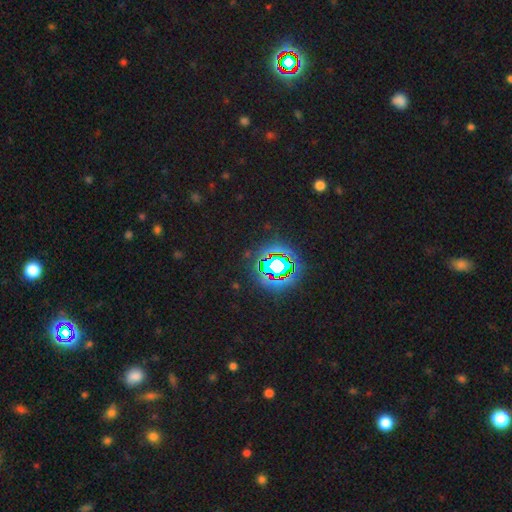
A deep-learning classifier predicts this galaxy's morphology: smooth_or_featured: star or artifact (p=0.81) [alt: smooth p=0.12]